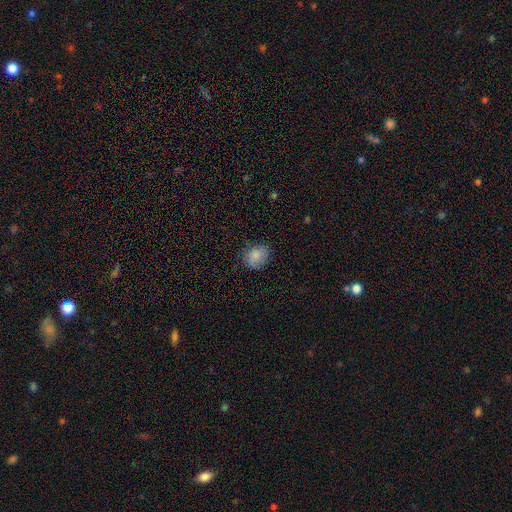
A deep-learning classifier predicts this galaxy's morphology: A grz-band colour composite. It shows a smooth galaxy with no disk features (83%) that is round (56%). Merging: none (75%).